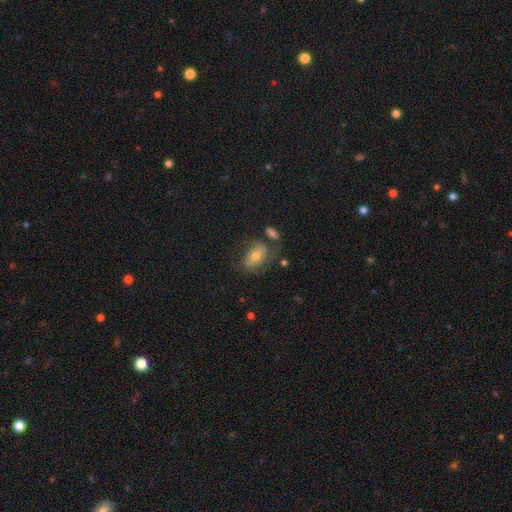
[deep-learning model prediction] Smooth or featured? Predicted: featured or disk (p=0.48). Merging? Predicted: none (p=0.50).